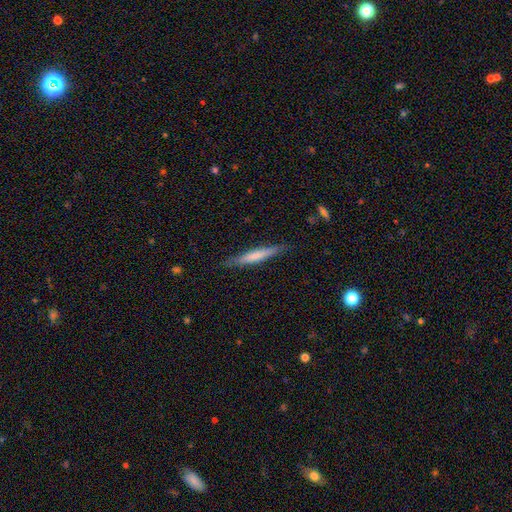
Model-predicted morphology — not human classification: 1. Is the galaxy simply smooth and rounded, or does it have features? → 62% smooth, 32% featured or disk, 6% star or artifact.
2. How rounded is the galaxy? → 93% cigar-shaped, 5% in between, 1% round.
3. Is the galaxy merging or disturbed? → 84% none, 12% minor disturbance, 2% major disturbance, 1% merger.